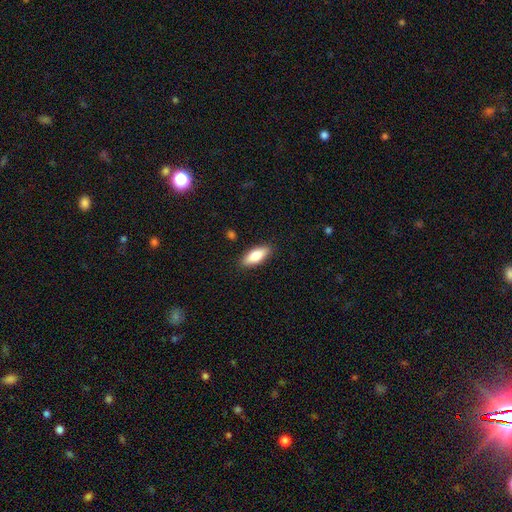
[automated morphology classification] smooth-or-featured: smooth: 79% | featured or disk: 15% | star or artifact: 6%
  how-rounded: in between: 74% | cigar-shaped: 24% | round: 2%
  merging: none: 88% | minor disturbance: 9% | major disturbance: 2% | merger: 1%